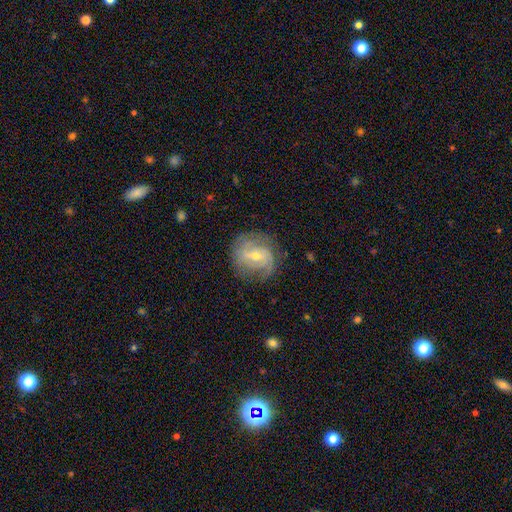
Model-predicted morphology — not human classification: Q: Smooth or featured?
A: featured or disk (79%); runner-up: smooth (15%)
Q: Edge-on disk?
A: no (97%); runner-up: yes (3%)
Q: Bar?
A: weak (53%); runner-up: strong (25%)
Q: Spiral arms?
A: yes (91%); runner-up: no (9%)
Q: Spiral winding?
A: medium (42%); runner-up: tight (40%)
Q: Spiral arm count?
A: 2 (50%); runner-up: can't tell (24%)
Q: Bulge size?
A: moderate (50%); runner-up: small (46%)
Q: Merging?
A: none (74%); runner-up: minor disturbance (17%)